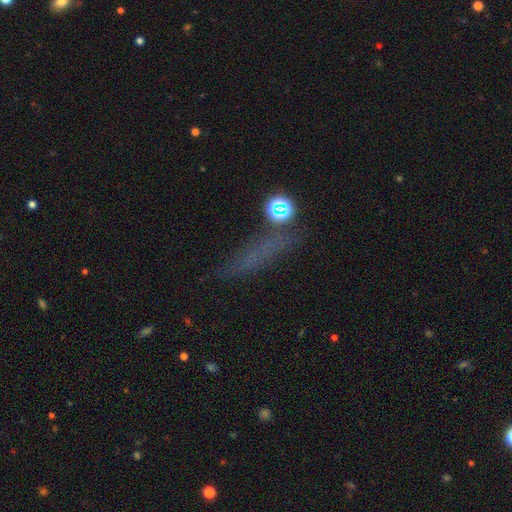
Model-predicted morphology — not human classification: Q: Smooth or featured?
A: smooth (50%); runner-up: star or artifact (30%)
Q: How rounded?
A: cigar-shaped (66%); runner-up: in between (19%)
Q: Merging?
A: none (68%); runner-up: minor disturbance (16%)